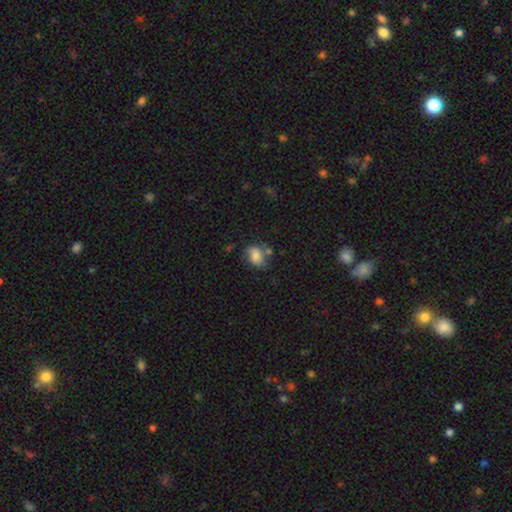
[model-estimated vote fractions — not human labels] smooth 70%, featured or disk 20%, star or artifact 10%. Down the decision tree: how rounded — in between (68%); merging — none (51%).